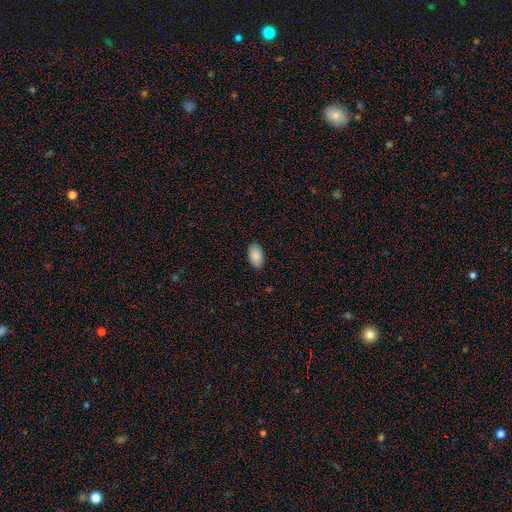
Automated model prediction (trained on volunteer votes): smooth-or-featured: smooth: 90% | star or artifact: 6% | featured or disk: 4%
  how-rounded: in between: 95% | round: 4% | cigar-shaped: 2%
  merging: none: 85% | minor disturbance: 12% | major disturbance: 2% | merger: 1%